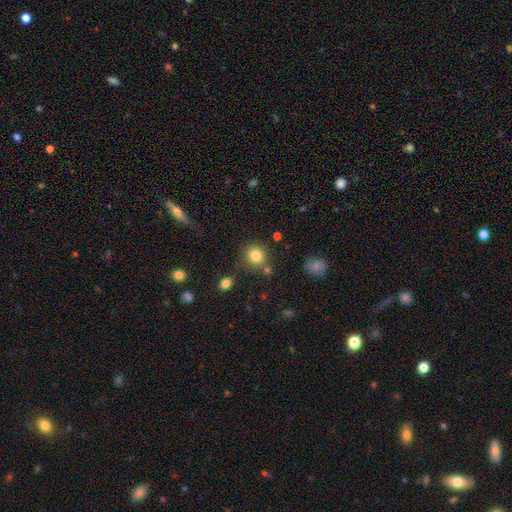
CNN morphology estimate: The model was most divided on "how rounded": round: 80%, in between: 19%, cigar-shaped: 1%. More confident: smooth or featured — smooth (82%); merging — none (77%).